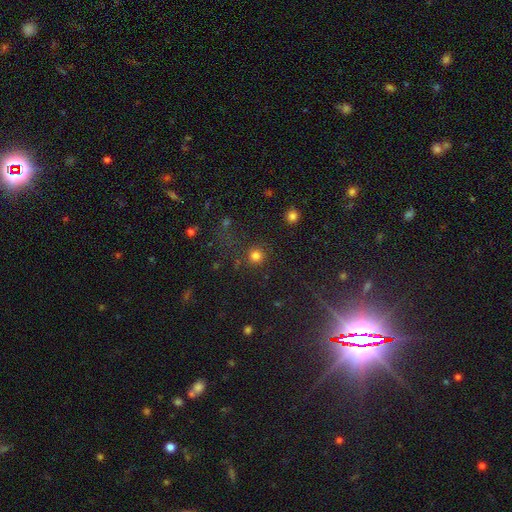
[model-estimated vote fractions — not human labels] Smooth or featured? Predicted: smooth (p=0.80). How rounded? Predicted: round (p=0.94). Merging? Predicted: none (p=0.84).